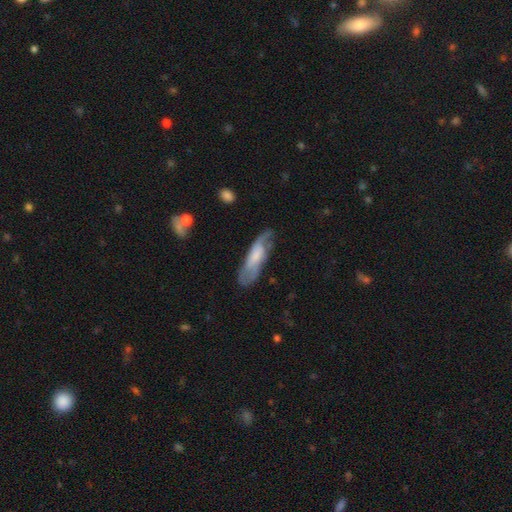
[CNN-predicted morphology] This is possibly a featured or disk galaxy (51%). It is likely not viewed edge-on (72%). Merging: possibly none (60%).